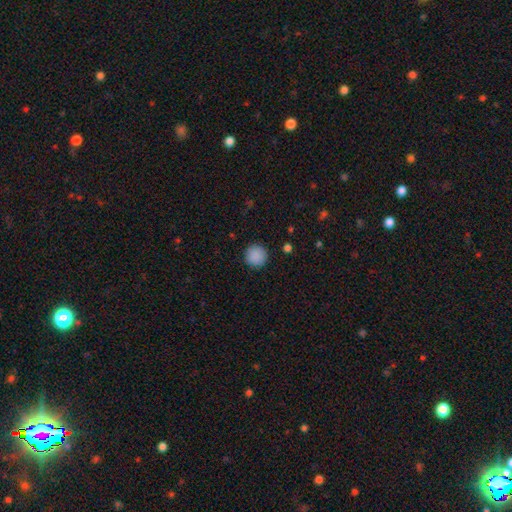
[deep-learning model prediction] Smooth or featured? smooth (89%)
How rounded? round (95%)
Merging? none (91%)